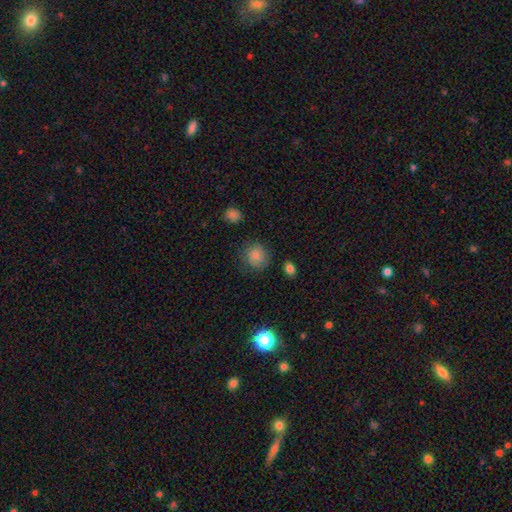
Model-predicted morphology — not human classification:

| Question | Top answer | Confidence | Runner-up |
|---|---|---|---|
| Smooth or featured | smooth | 79% | featured or disk (11%) |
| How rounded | round | 82% | in between (17%) |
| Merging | none | 75% | minor disturbance (17%) |